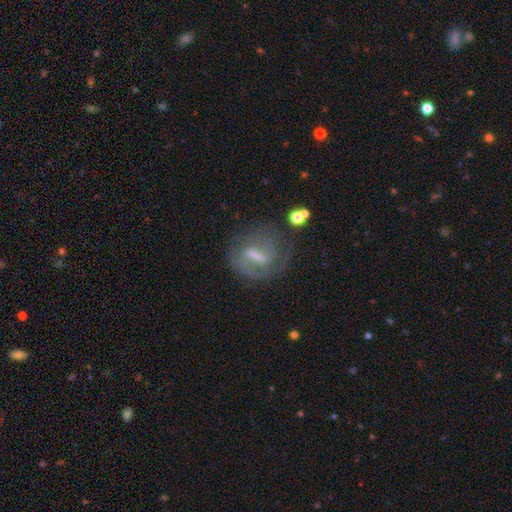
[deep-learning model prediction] smooth-or-featured: featured or disk: 72% | smooth: 18% | star or artifact: 10%
  disk-edge-on: no: 92% | yes: 8%
    bar: strong: 51% | weak: 39% | no: 10%
    has-spiral-arms: yes: 82% | no: 18%
      spiral-winding: medium: 44% | tight: 37% | loose: 19%
      spiral-arm-count: 2: 60% | can't tell: 20% | 1: 13% | 3: 5% | 4: 2% | more than 4: 1%
    bulge-size: small: 34% | none: 33% | moderate: 27% | large: 5% | dominant: 1%
  merging: none: 66% | minor disturbance: 18% | major disturbance: 13% | merger: 3%